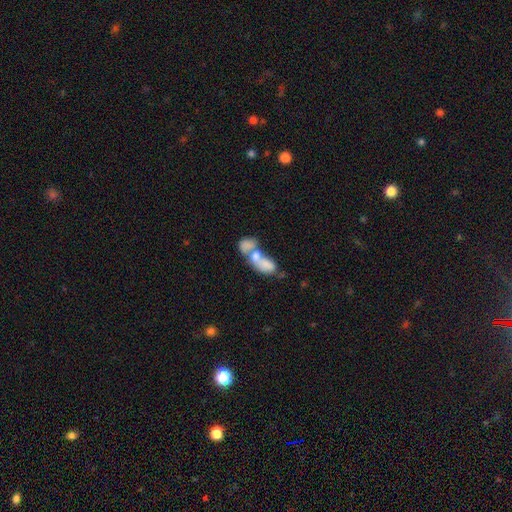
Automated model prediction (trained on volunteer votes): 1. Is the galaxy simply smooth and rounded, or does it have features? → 63% smooth, 28% featured or disk, 9% star or artifact.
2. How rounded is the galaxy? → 85% in between, 9% round, 6% cigar-shaped.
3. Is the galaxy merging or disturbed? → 77% merger, 10% none, 8% major disturbance, 5% minor disturbance.